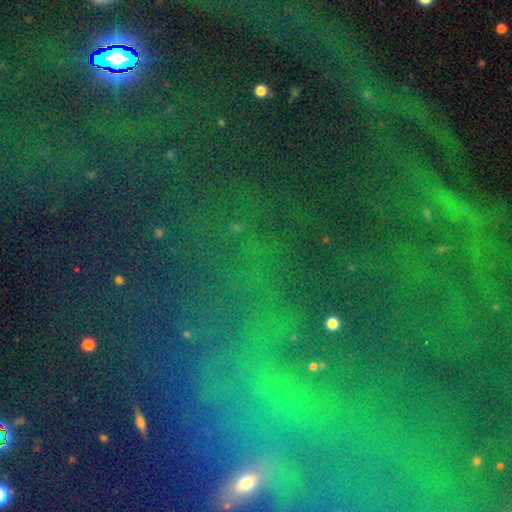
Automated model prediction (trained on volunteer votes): A star or artifact, not a galaxy (76%).